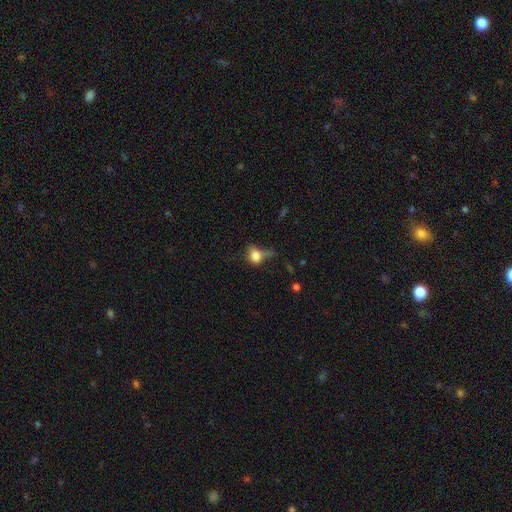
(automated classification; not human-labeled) smooth_or_featured: smooth (p=0.75) [alt: featured or disk p=0.13]
how_rounded: round (p=0.49) [alt: in between p=0.48]
merging: none (p=0.32) [alt: minor disturbance p=0.30]